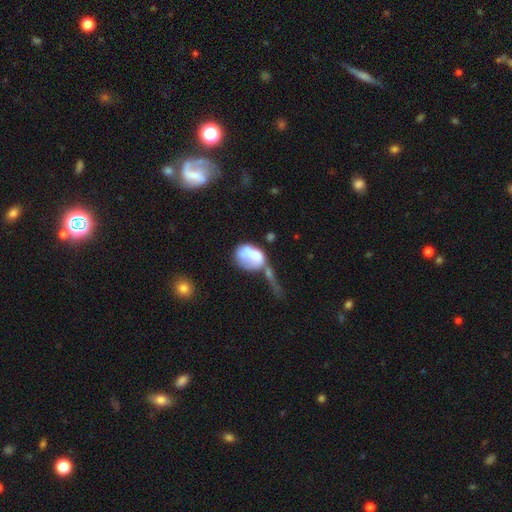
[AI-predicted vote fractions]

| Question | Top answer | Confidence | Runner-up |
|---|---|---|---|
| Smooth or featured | smooth | 51% | featured or disk (40%) |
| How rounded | in between | 74% | round (23%) |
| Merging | merger | 39% | major disturbance (35%) |